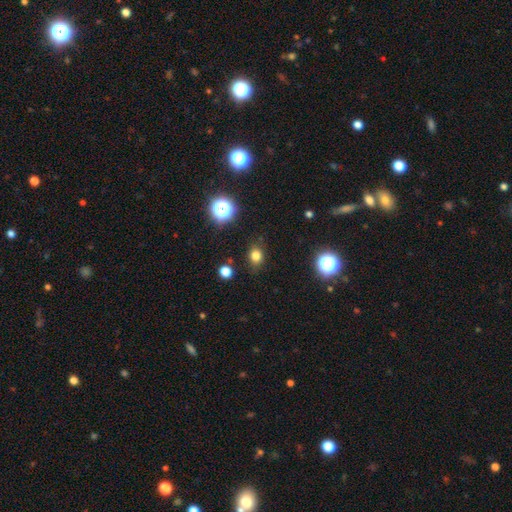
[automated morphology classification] smooth 79%, star or artifact 16%, featured or disk 5%. Down the decision tree: how rounded — round (65%); merging — none (85%).